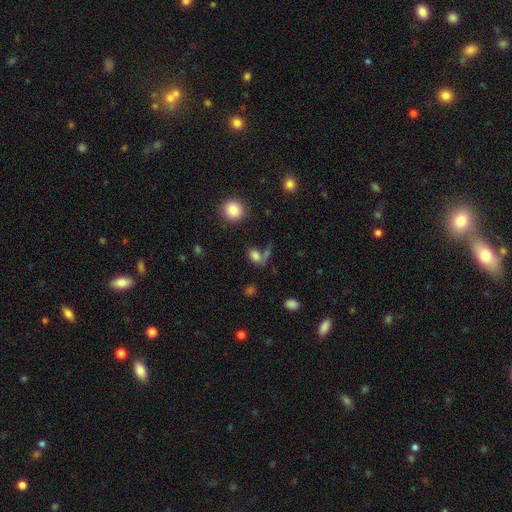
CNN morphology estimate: Overall: smooth (76%). How rounded: in between (80%). Merging: none (44%; merger 28%).